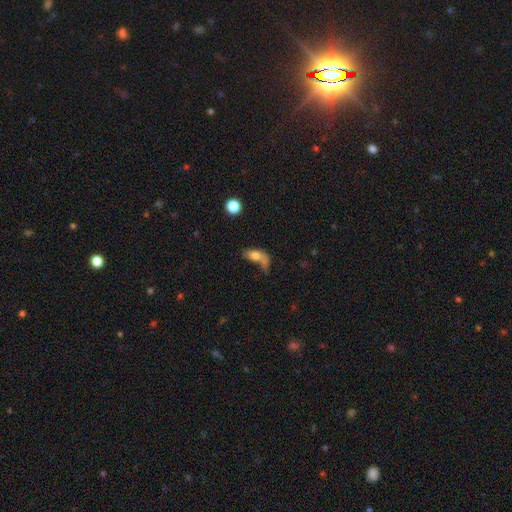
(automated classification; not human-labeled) Smooth or featured: smooth — 66% (featured or disk — 22%)
How rounded: in between — 76% (round — 14%)
Merging: major disturbance — 37% (none — 23%)